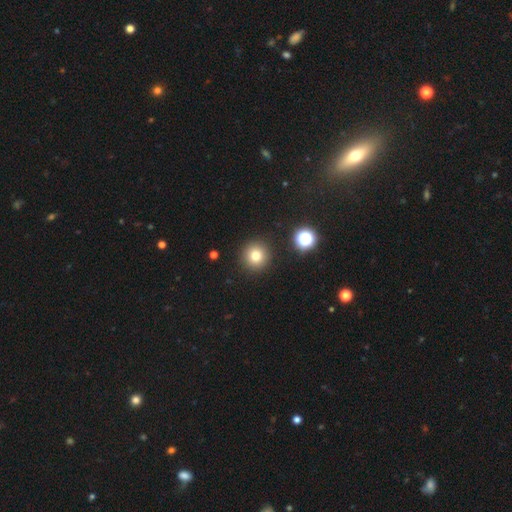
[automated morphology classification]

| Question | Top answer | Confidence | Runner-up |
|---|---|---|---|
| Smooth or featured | smooth | 78% | star or artifact (14%) |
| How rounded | round | 95% | in between (4%) |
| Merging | none | 90% | minor disturbance (5%) |